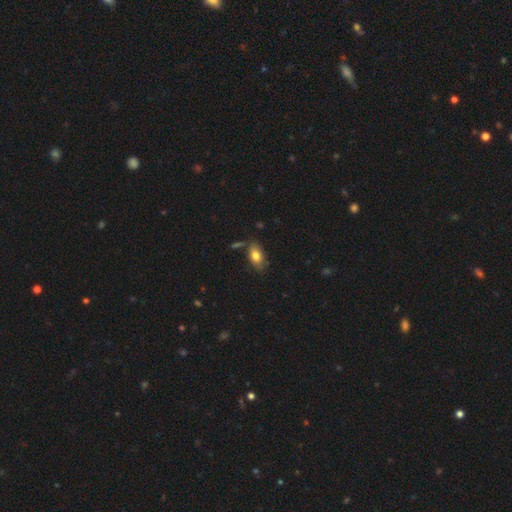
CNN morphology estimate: smooth_or_featured: smooth (p=0.80) [alt: featured or disk p=0.13]
how_rounded: in between (p=0.89) [alt: round p=0.08]
merging: none (p=0.74) [alt: minor disturbance p=0.17]